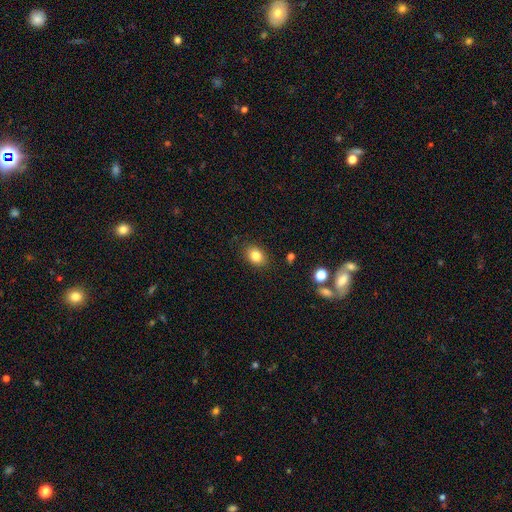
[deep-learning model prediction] Overall: smooth (83%). How rounded: in between (68%; round 31%). Merging: none (86%).